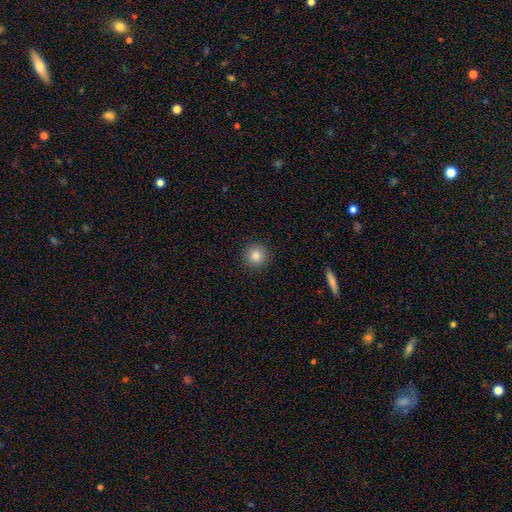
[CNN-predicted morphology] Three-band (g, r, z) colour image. It shows a smooth galaxy with no disk features (85%) that is round (95%). Merging: none (92%).